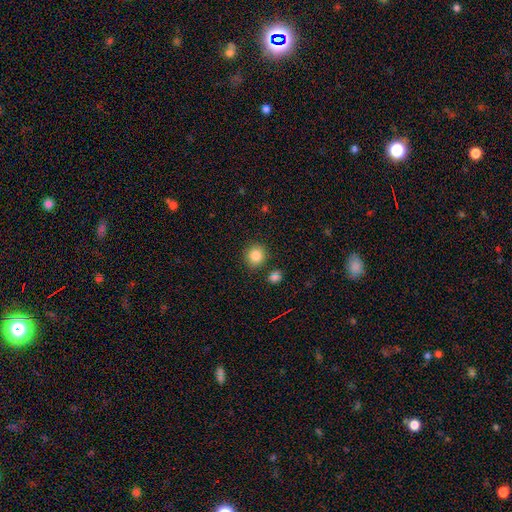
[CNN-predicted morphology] This appears to be a smooth galaxy with no disk features (84%) that is round (88%). Merging: none (86%).